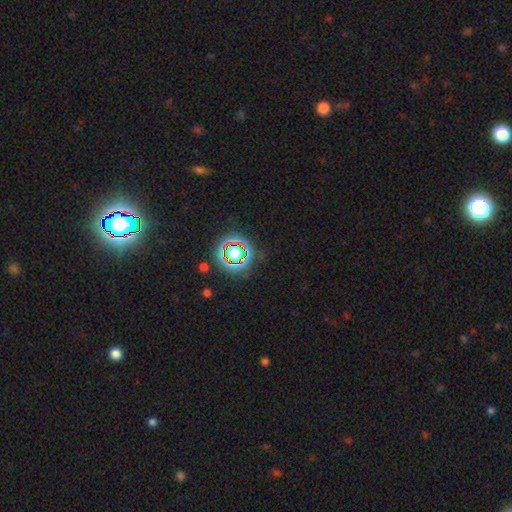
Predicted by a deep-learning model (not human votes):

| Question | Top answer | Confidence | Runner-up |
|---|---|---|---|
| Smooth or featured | star or artifact | 78% | smooth (13%) |